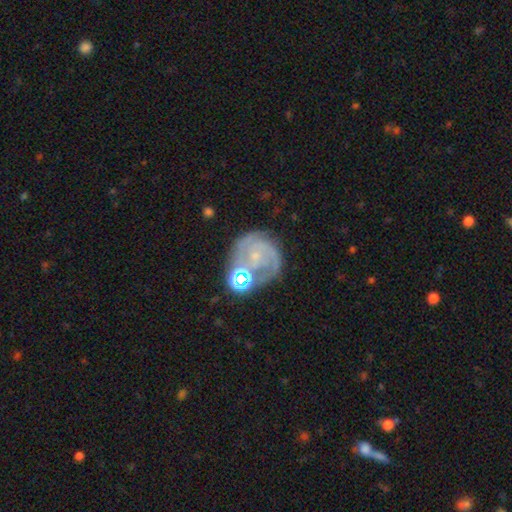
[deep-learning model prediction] Smooth or featured?
  - featured or disk: 75% *
  - smooth: 16%
  - star or artifact: 10%
Edge-on disk?
  - no: 98% *
  - yes: 2%
Bar?
  - no: 71% *
  - weak: 24%
  - strong: 5%
Spiral arms?
  - yes: 90% *
  - no: 10%
Spiral winding?
  - tight: 56% *
  - medium: 33%
  - loose: 11%
Spiral arm count?
  - 2: 39% *
  - can't tell: 26%
  - 3: 17%
  - 1: 9%
  - 4: 5%
  - more than 4: 4%
Bulge size?
  - small: 73% *
  - moderate: 15%
  - none: 9%
  - large: 1%
  - dominant: 1%
Merging?
  - none: 53% *
  - minor disturbance: 19%
  - merger: 16%
  - major disturbance: 13%